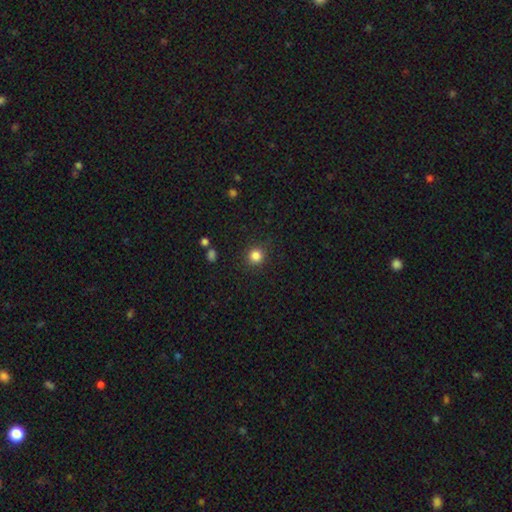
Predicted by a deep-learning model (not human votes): This appears to be a smooth galaxy with no disk features (84%) that is round (92%). Merging: none (89%).